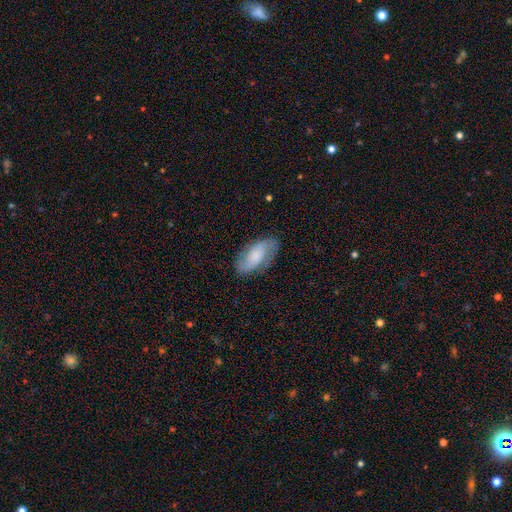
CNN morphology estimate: A featured or disk galaxy (52%). Merging: none (78%).